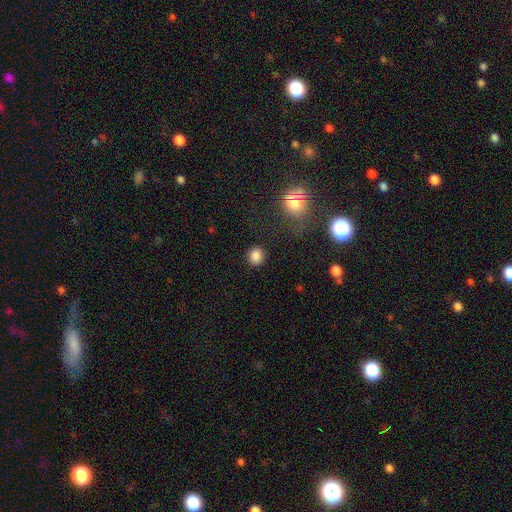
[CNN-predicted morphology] Smooth or featured? smooth (84%)
How rounded? round (84%)
Merging? none (88%)